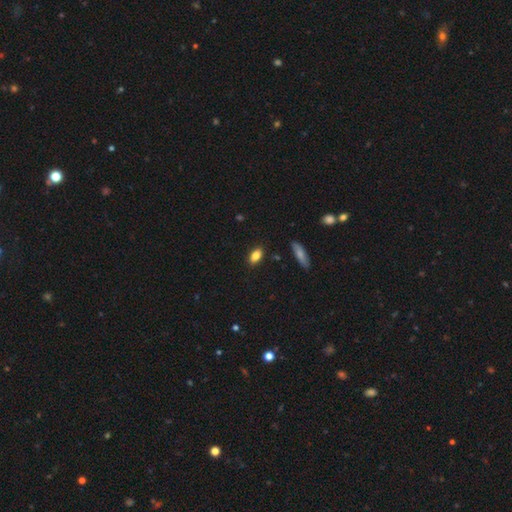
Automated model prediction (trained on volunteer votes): Smooth or featured: smooth — 84% (star or artifact — 8%)
How rounded: in between — 87% (cigar-shaped — 7%)
Merging: none — 86% (minor disturbance — 10%)